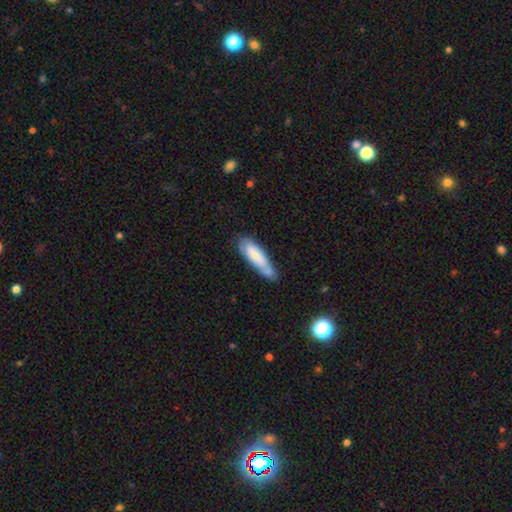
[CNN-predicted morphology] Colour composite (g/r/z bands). It shows a smooth galaxy with no disk features (72%) that is cigar-shaped (61%). Merging: none (53%).